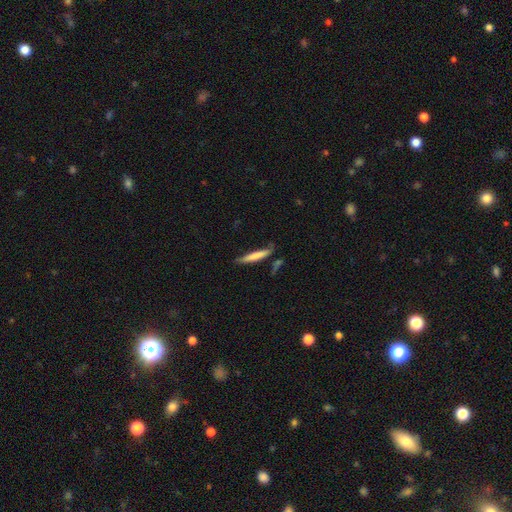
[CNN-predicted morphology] smooth_or_featured: smooth (p=0.70) [alt: featured or disk p=0.24]
how_rounded: cigar-shaped (p=0.93) [alt: in between p=0.06]
merging: none (p=0.70) [alt: minor disturbance p=0.20]